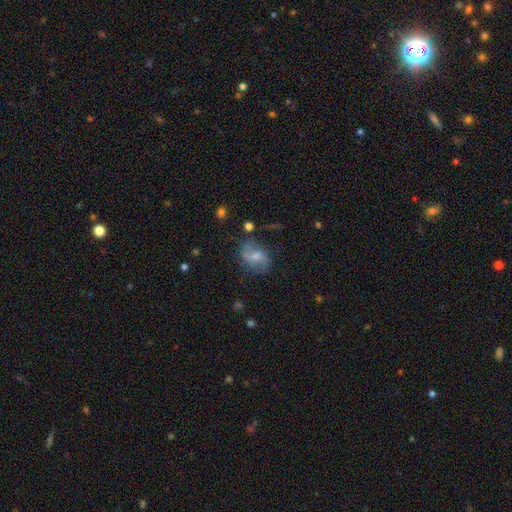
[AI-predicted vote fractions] This appears to be a smooth galaxy with no disk features (50%). Merging: none (65%).